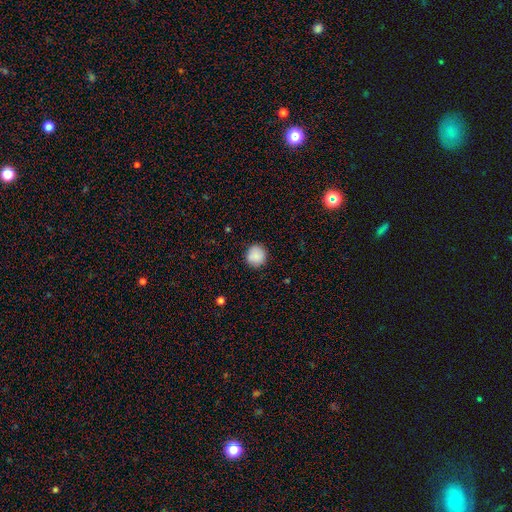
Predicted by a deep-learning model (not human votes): This appears to be a smooth galaxy with no disk features (88%) that is round (92%). Merging: none (88%).